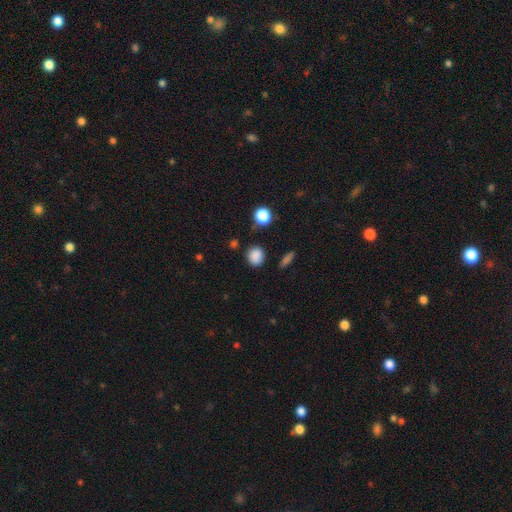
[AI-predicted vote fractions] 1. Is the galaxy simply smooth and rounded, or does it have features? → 85% smooth, 12% star or artifact, 4% featured or disk.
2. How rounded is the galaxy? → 78% round, 21% in between, 1% cigar-shaped.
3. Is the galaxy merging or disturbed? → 81% none, 12% minor disturbance, 4% major disturbance, 3% merger.